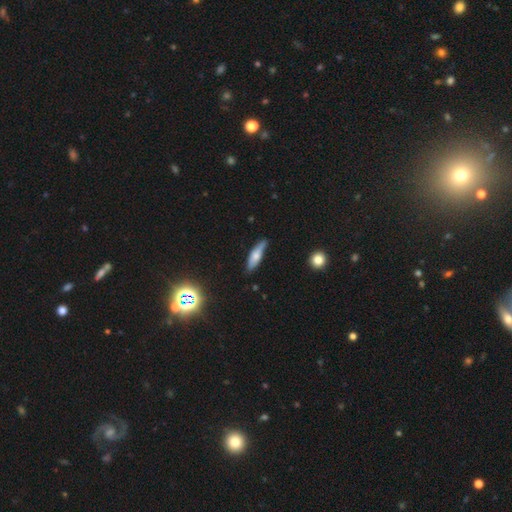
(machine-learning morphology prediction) Smooth or featured? Predicted: smooth (p=0.58). How rounded? Predicted: cigar-shaped (p=0.62). Merging? Predicted: none (p=0.69).